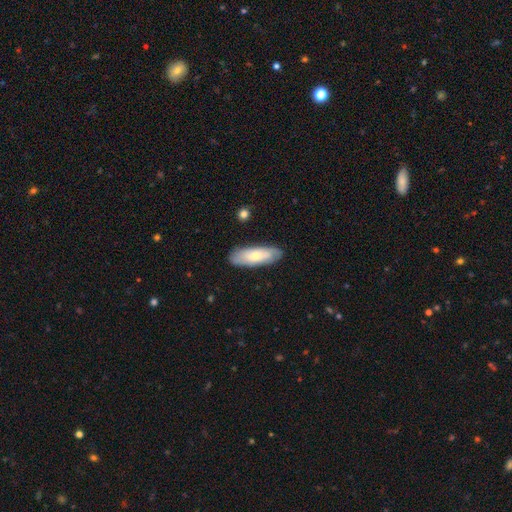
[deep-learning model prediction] Q: Smooth or featured?
A: smooth (63%); runner-up: featured or disk (31%)
Q: How rounded?
A: in between (62%); runner-up: cigar-shaped (36%)
Q: Merging?
A: none (84%); runner-up: minor disturbance (12%)